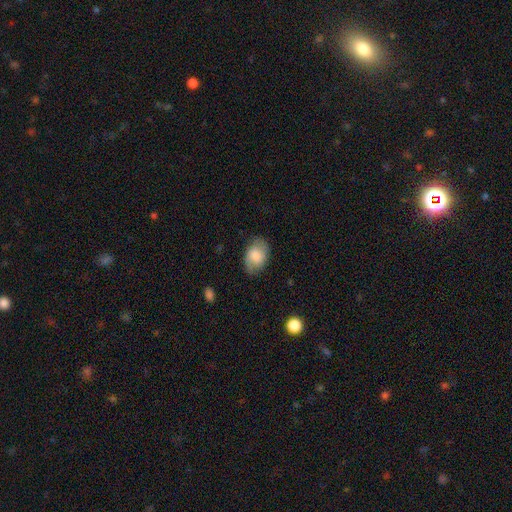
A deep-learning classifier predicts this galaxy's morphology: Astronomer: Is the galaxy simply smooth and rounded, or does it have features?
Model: smooth — 66%.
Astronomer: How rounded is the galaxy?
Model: in between — 84%.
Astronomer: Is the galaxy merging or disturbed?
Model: none — 73%.